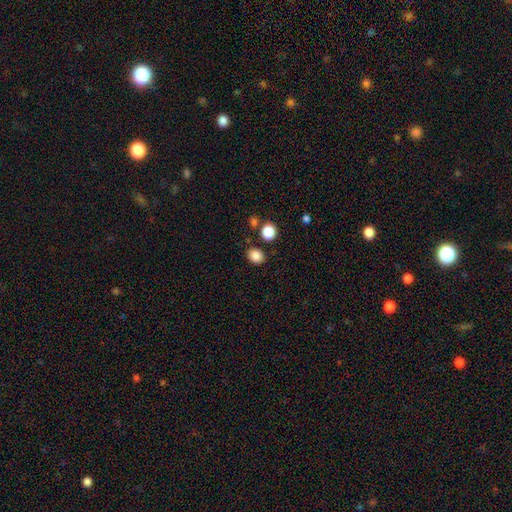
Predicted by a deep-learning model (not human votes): The model was most divided on "how rounded": round: 59%, in between: 40%, cigar-shaped: 1%. More confident: smooth or featured — smooth (85%); merging — none (83%).